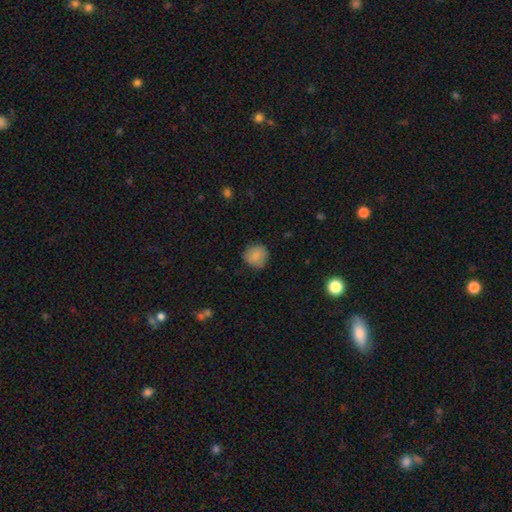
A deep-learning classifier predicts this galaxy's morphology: This is clearly a smooth galaxy (85%). How rounded: clearly round (89%). Merging: likely none (79%).